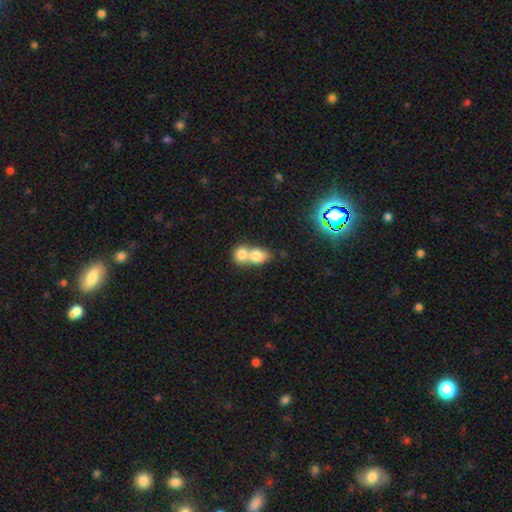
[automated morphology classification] smooth 76%, featured or disk 15%, star or artifact 9%. Down the decision tree: how rounded — in between (54%); merging — merger (74%).